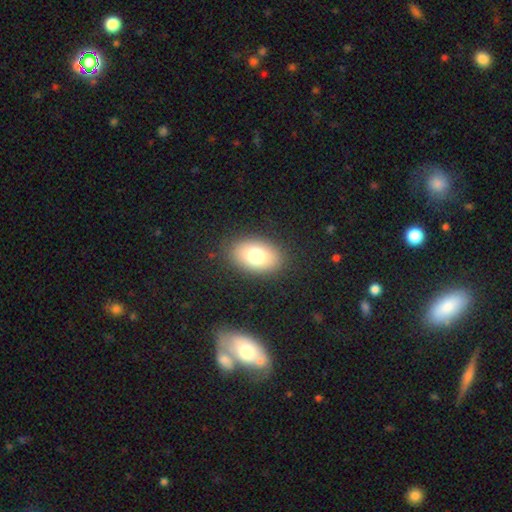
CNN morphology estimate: smooth_or_featured: smooth (p=0.77) [alt: featured or disk p=0.14]
how_rounded: in between (p=0.86) [alt: round p=0.13]
merging: none (p=0.86) [alt: minor disturbance p=0.09]